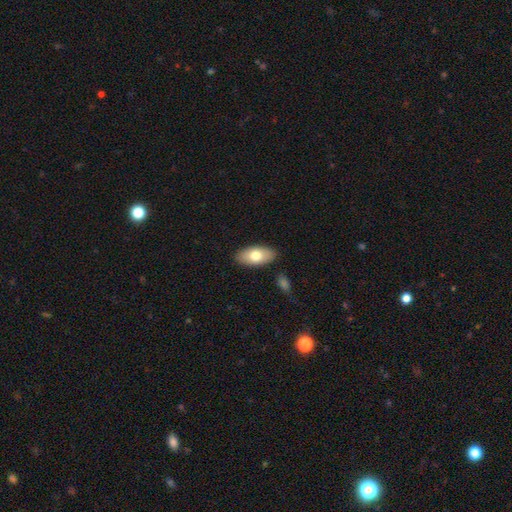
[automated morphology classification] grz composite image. It shows a smooth galaxy with no disk features (74%) that is in between round and cigar-shaped (93%). Merging: none (86%).